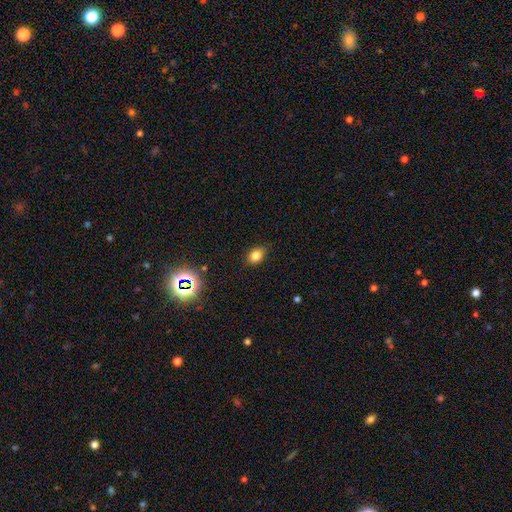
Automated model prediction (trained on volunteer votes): A smooth galaxy with no disk features (78%) that is in between round and cigar-shaped (68%). Merging: none (80%).